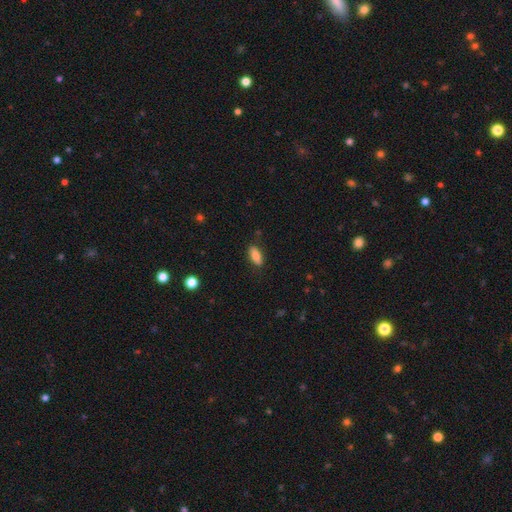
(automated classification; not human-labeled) smooth-or-featured: smooth: 80% | featured or disk: 13% | star or artifact: 7%
  how-rounded: in between: 83% | cigar-shaped: 14% | round: 3%
  merging: none: 83% | minor disturbance: 13% | major disturbance: 3% | merger: 1%